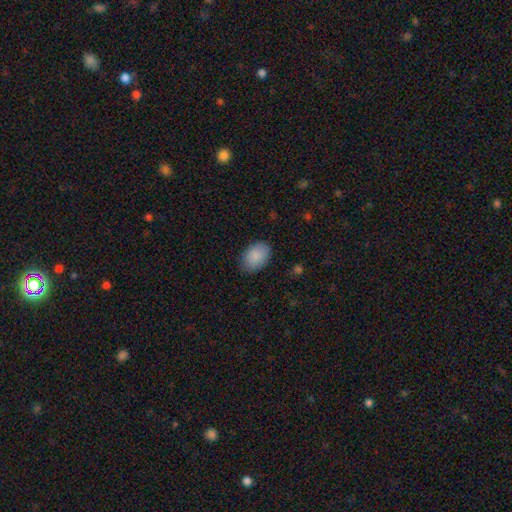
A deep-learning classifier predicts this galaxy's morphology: type=smooth (89%); roundness=in between (85%); merging=none (84%).